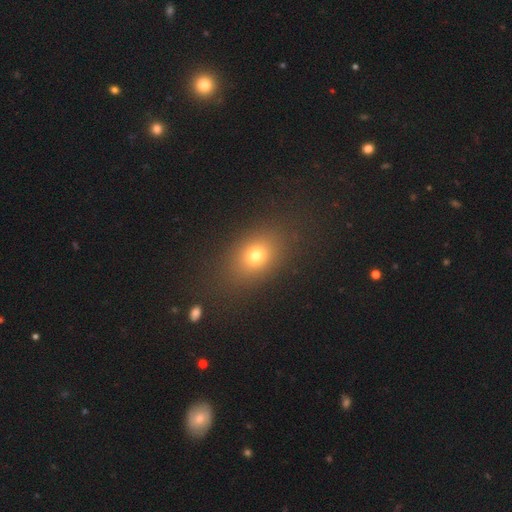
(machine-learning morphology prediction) Smooth or featured: smooth — 73% (star or artifact — 16%)
How rounded: in between — 64% (round — 34%)
Merging: none — 82% (minor disturbance — 10%)